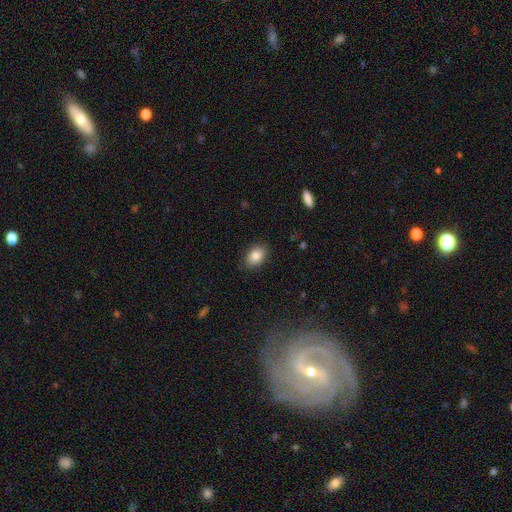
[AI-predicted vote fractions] Q: Smooth or featured?
A: smooth (84%); runner-up: star or artifact (8%)
Q: How rounded?
A: in between (82%); runner-up: round (16%)
Q: Merging?
A: none (87%); runner-up: minor disturbance (10%)